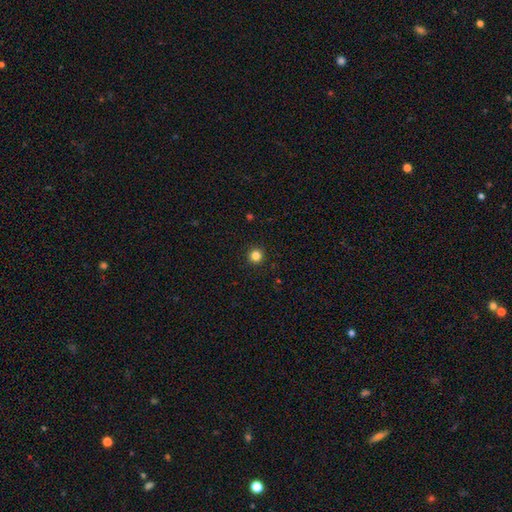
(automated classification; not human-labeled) A smooth galaxy with no disk features (83%) that is round (96%). Merging: none (93%).